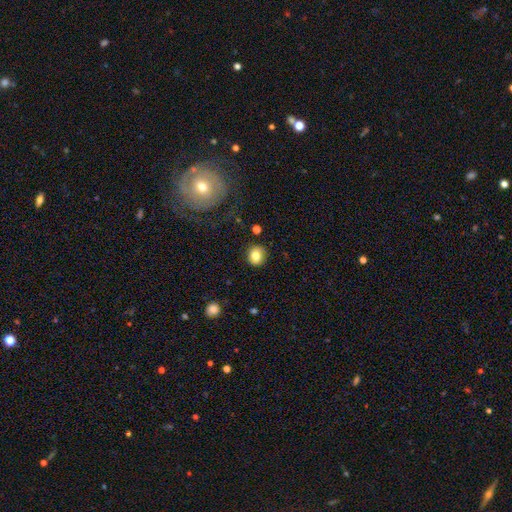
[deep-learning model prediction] Morphology: type=smooth (80%); roundness=round (83%); merging=none (88%).